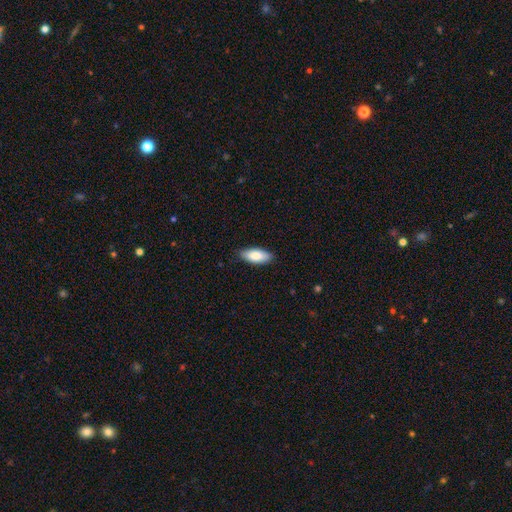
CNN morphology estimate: smooth 83%, featured or disk 11%, star or artifact 6%. Down the decision tree: how rounded — in between (85%); merging — none (87%).